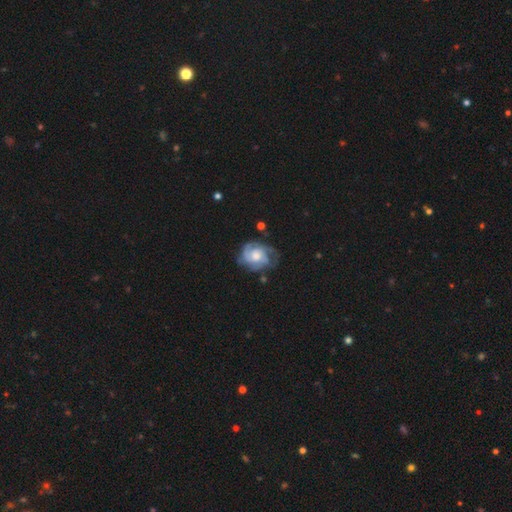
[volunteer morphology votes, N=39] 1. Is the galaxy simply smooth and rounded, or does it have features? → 79% featured or disk, 18% smooth, 3% star or artifact.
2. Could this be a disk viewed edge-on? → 100% no, 0% yes.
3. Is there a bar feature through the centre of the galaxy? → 77% no, 23% weak, 0% strong.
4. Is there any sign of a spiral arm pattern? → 90% yes, 10% no.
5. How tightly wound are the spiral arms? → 46% tight, 43% medium, 11% loose.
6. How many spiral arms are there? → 36% 3, 21% 2, 21% can't tell, 11% 4, 7% more than 4, 4% 1.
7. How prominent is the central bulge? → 65% moderate, 19% large, 16% small, 0% dominant, 0% none.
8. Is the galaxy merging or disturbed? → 74% none, 13% minor disturbance, 13% major disturbance, 0% merger.